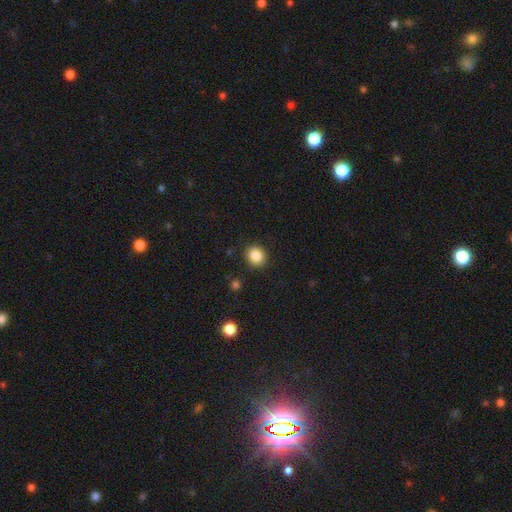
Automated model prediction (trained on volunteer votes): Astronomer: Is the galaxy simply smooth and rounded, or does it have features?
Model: smooth — 86%.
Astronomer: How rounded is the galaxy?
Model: round — 79%.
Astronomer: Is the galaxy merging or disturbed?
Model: none — 89%.